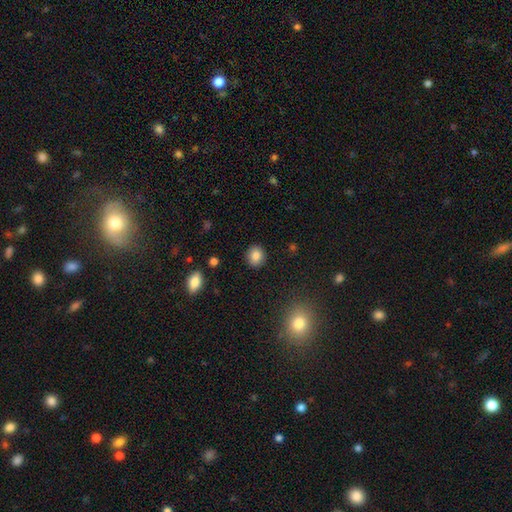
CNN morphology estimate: smooth_or_featured: smooth (p=0.84) [alt: star or artifact p=0.10]
how_rounded: round (p=0.76) [alt: in between p=0.23]
merging: none (p=0.90) [alt: minor disturbance p=0.07]